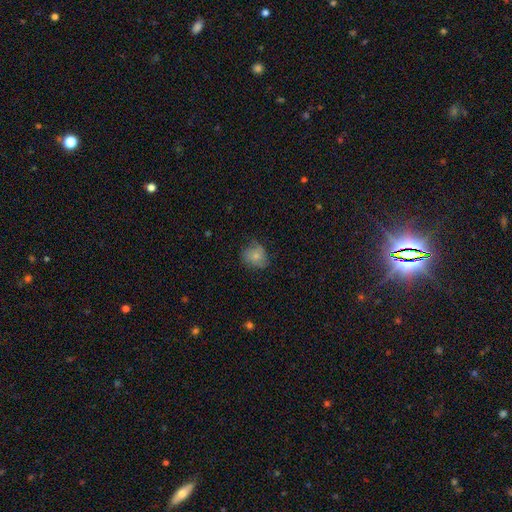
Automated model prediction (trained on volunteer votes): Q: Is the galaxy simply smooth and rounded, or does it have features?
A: smooth — 71%.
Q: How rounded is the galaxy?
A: round — 69%.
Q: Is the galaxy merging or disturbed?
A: none — 61%.